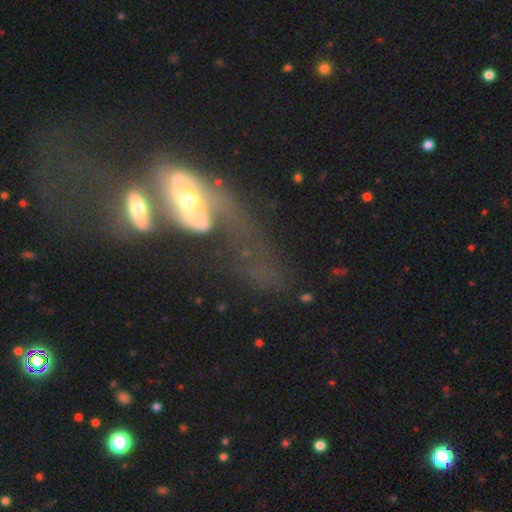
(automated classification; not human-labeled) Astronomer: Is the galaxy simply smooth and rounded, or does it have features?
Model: featured or disk — 66%.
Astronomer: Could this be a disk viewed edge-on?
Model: no — 83%.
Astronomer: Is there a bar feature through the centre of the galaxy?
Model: no — 53%.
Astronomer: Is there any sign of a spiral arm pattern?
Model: yes — 55% (runner-up: no, 45%).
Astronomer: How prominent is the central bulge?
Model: moderate — 56%.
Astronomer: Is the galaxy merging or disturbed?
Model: merger — 57%.